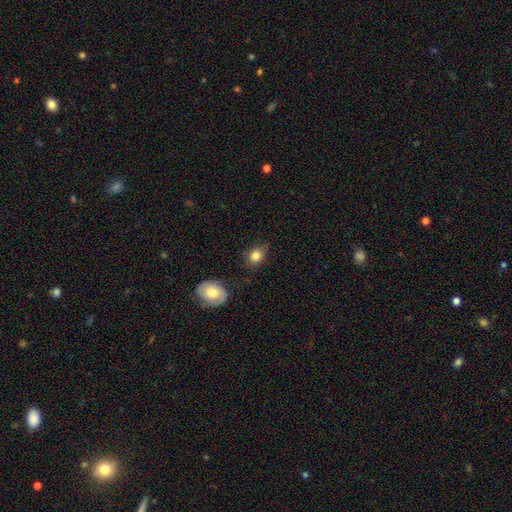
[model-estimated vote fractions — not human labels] This is clearly a smooth galaxy (84%). How rounded: possibly in between (51%). Merging: likely none (75%).